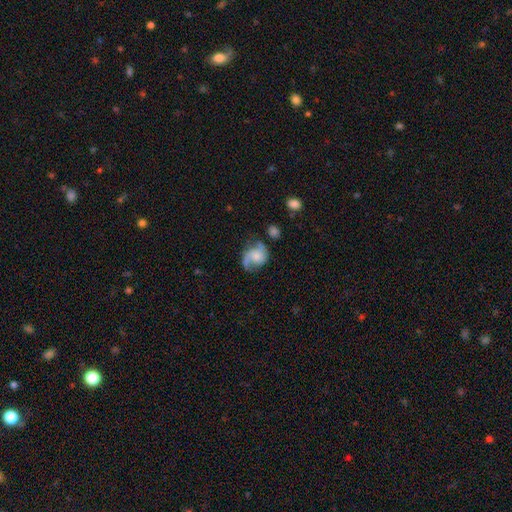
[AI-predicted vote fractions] smooth-or-featured: featured or disk: 67% | smooth: 25% | star or artifact: 8%
  disk-edge-on: no: 98% | yes: 2%
    bar: no: 68% | weak: 27% | strong: 5%
    has-spiral-arms: yes: 92% | no: 8%
      spiral-winding: medium: 43% | loose: 36% | tight: 20%
      spiral-arm-count: 2: 66% | 1: 25% | can't tell: 6% | 3: 2% | 4: 1% | more than 4: 1%
    bulge-size: small: 32% | moderate: 31% | none: 21% | large: 12% | dominant: 3%
  merging: none: 52% | minor disturbance: 25% | major disturbance: 19% | merger: 5%